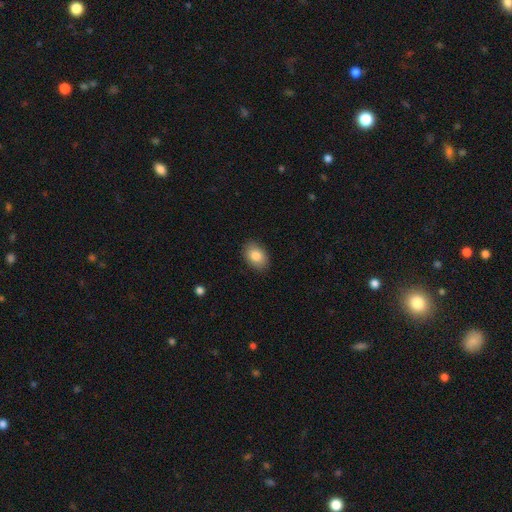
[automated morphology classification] Smooth or featured?
  - smooth: 84% *
  - featured or disk: 8%
  - star or artifact: 7%
How rounded?
  - in between: 82% *
  - round: 17%
  - cigar-shaped: 1%
Merging?
  - none: 88% *
  - minor disturbance: 9%
  - major disturbance: 2%
  - merger: 1%